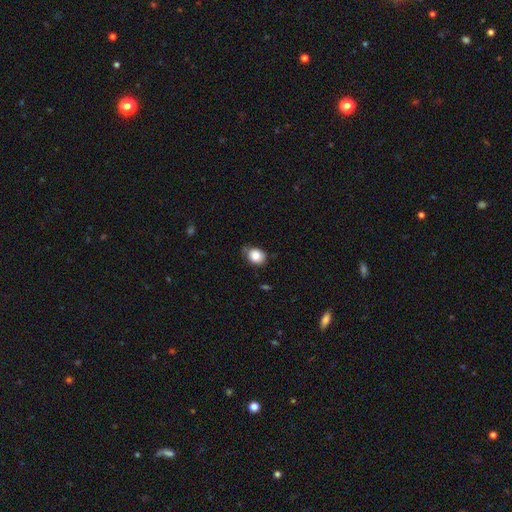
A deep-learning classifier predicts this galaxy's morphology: This is clearly a smooth galaxy (85%). How rounded: possibly round (56%). Merging: likely none (62%).